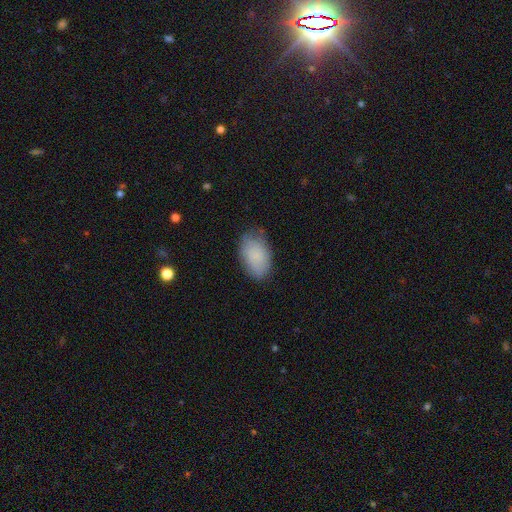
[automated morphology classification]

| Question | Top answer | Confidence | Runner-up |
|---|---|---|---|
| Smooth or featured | smooth | 80% | featured or disk (13%) |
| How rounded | in between | 91% | round (7%) |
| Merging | none | 75% | minor disturbance (20%) |